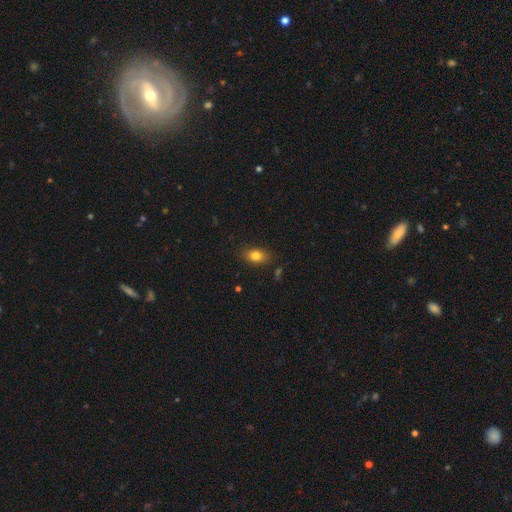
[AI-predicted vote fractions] smooth 81%, star or artifact 10%, featured or disk 9%. Down the decision tree: how rounded — in between (83%); merging — none (83%).